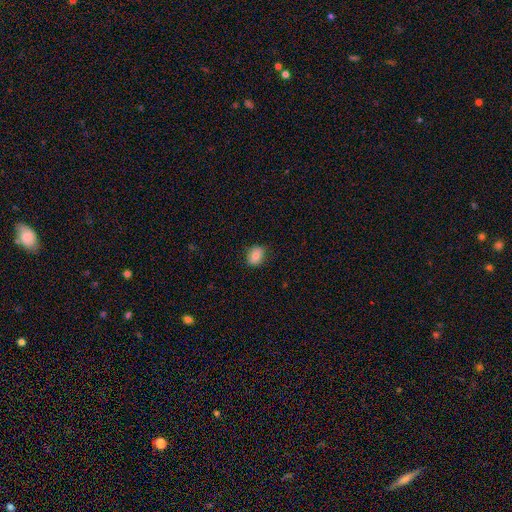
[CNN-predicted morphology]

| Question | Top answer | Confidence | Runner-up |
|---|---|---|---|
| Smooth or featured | smooth | 82% | featured or disk (9%) |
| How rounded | in between | 61% | round (38%) |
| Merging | none | 83% | minor disturbance (14%) |